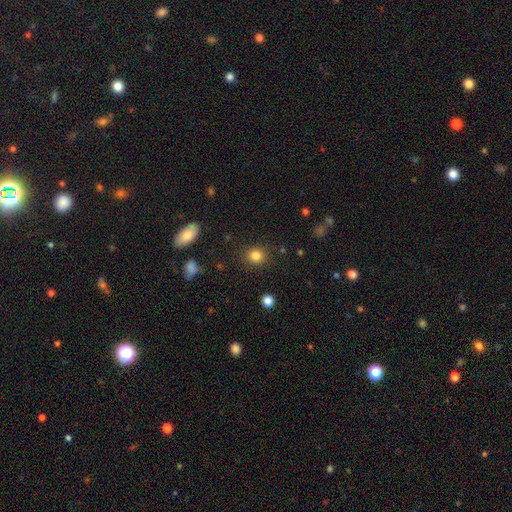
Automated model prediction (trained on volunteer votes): A smooth galaxy with no disk features (84%) that is round (79%).

Vote fractions:
- Smooth or featured? smooth: 84% / star or artifact: 11% / featured or disk: 5%
- How rounded? round: 79% / in between: 20% / cigar-shaped: 1%
- Merging? none: 88% / minor disturbance: 8% / major disturbance: 3% / merger: 2%